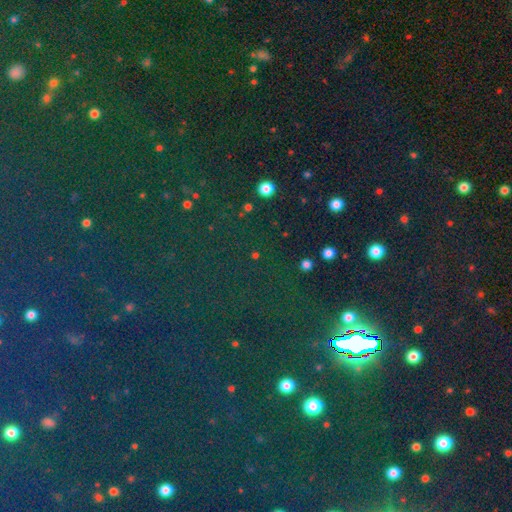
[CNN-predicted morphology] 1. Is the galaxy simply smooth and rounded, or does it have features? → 69% star or artifact, 23% smooth, 8% featured or disk.